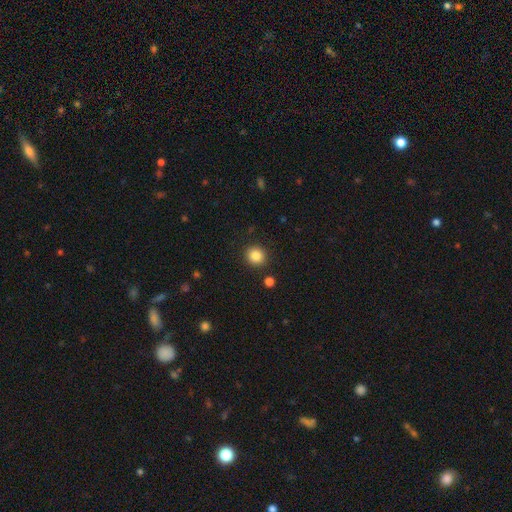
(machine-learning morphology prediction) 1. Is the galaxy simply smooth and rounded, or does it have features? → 85% smooth, 10% star or artifact, 5% featured or disk.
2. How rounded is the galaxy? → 87% round, 12% in between, 1% cigar-shaped.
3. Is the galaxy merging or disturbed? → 89% none, 6% minor disturbance, 2% major disturbance, 2% merger.